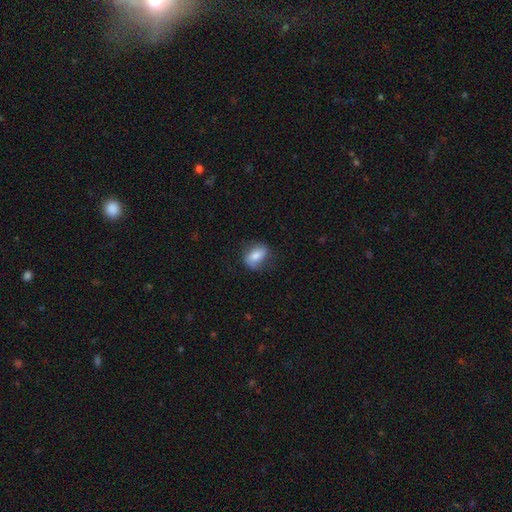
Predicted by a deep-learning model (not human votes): Smooth or featured? Predicted: smooth (p=0.72). How rounded? Predicted: in between (p=0.82). Merging? Predicted: none (p=0.71).